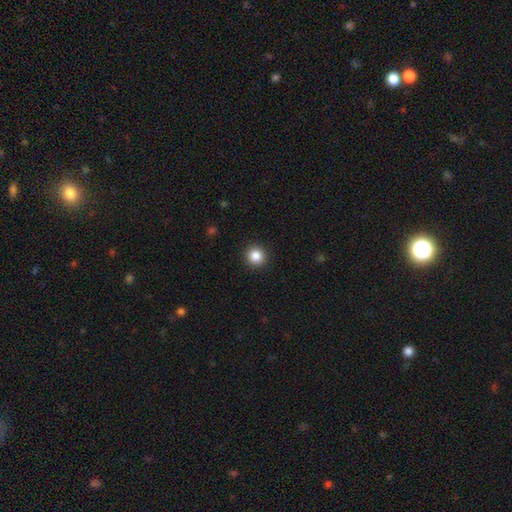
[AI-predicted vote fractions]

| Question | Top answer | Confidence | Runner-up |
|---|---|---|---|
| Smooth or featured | smooth | 86% | star or artifact (11%) |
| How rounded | round | 94% | in between (5%) |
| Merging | none | 92% | minor disturbance (5%) |